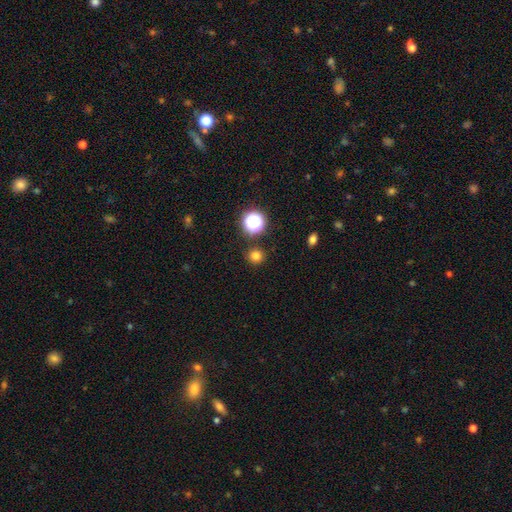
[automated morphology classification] Smooth or featured? Predicted: smooth (p=0.77). How rounded? Predicted: round (p=0.93). Merging? Predicted: none (p=0.90).